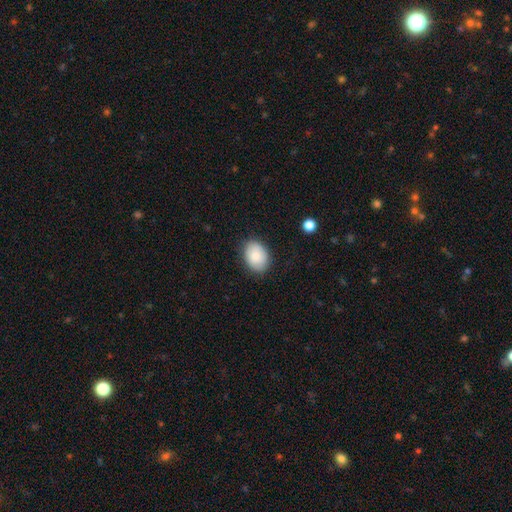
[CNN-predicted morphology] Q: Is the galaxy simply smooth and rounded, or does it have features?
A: smooth — 83%.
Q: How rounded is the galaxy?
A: in between — 73%.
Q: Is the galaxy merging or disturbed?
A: none — 84%.